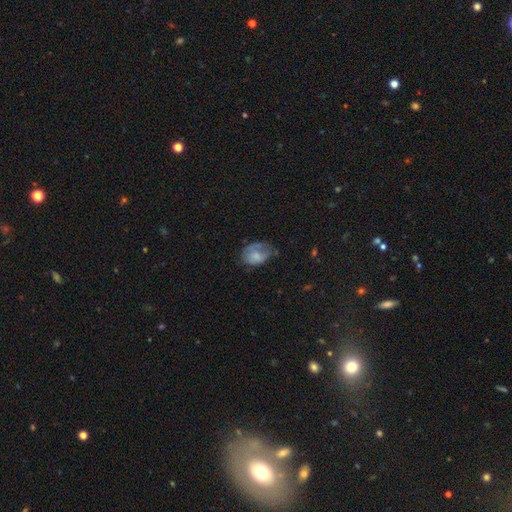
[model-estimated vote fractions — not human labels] smooth 63%, featured or disk 28%, star or artifact 9%. Down the decision tree: how rounded — in between (74%); merging — none (36%, tied with minor disturbance).